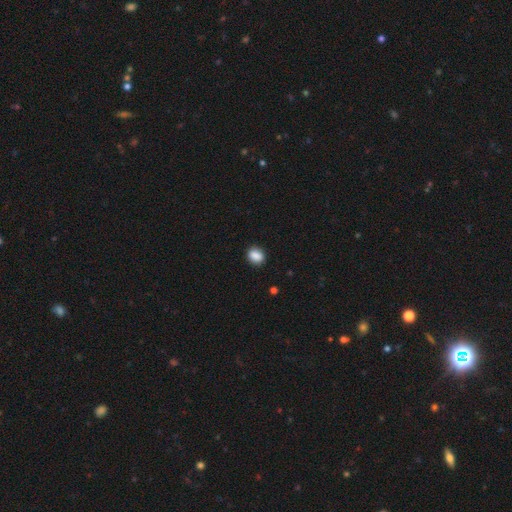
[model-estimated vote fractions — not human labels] A smooth galaxy with no disk features (87%) that is in between round and cigar-shaped (51%).

Vote fractions:
- Smooth or featured? smooth: 87% / star or artifact: 9% / featured or disk: 4%
- How rounded? in between: 51% / round: 48% / cigar-shaped: 1%
- Merging? none: 87% / minor disturbance: 10% / major disturbance: 2% / merger: 1%